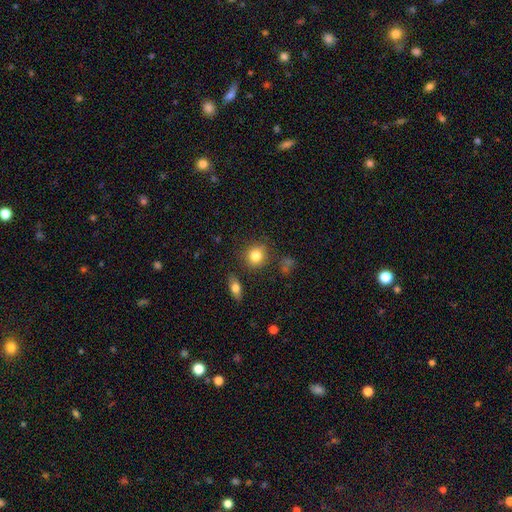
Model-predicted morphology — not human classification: smooth_or_featured: smooth (p=0.83) [alt: star or artifact p=0.09]
how_rounded: round (p=0.80) [alt: in between p=0.19]
merging: none (p=0.82) [alt: minor disturbance p=0.11]